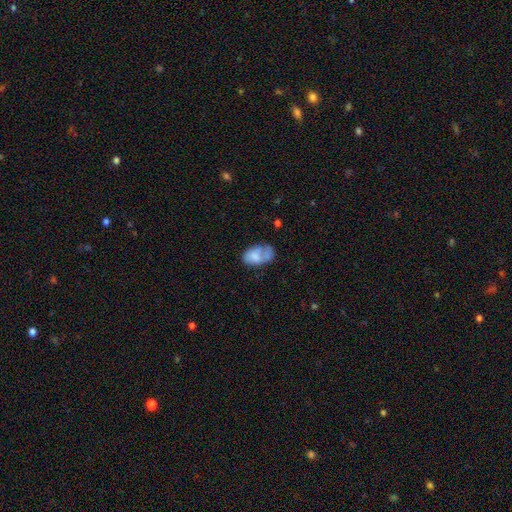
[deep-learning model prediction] Overall: smooth (68%). How rounded: in between (88%). Merging: none (33%; minor disturbance 26%).